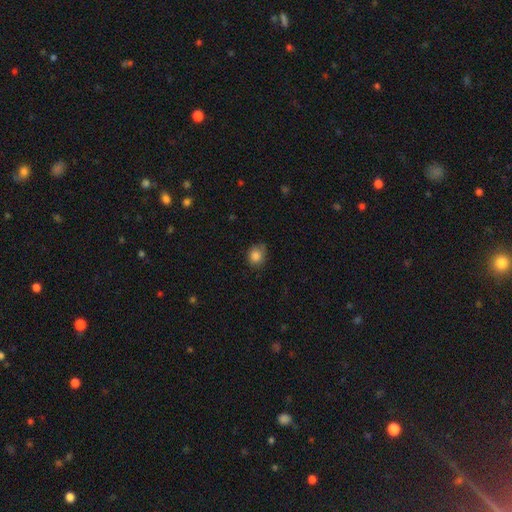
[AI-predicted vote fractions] smooth-or-featured: smooth: 84% | star or artifact: 10% | featured or disk: 6%
  how-rounded: round: 68% | in between: 31% | cigar-shaped: 1%
  merging: none: 67% | minor disturbance: 26% | major disturbance: 5% | merger: 2%